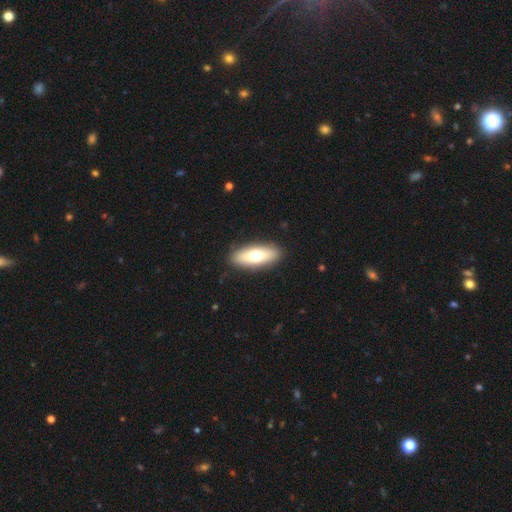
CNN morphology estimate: smooth_or_featured: smooth (p=0.65) [alt: featured or disk p=0.29]
how_rounded: in between (p=0.69) [alt: cigar-shaped p=0.28]
merging: none (p=0.89) [alt: minor disturbance p=0.08]